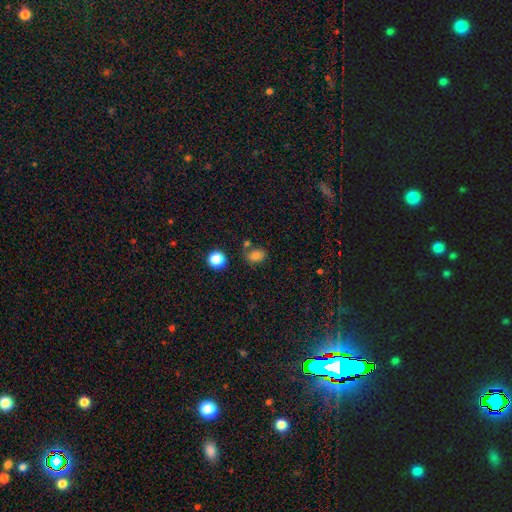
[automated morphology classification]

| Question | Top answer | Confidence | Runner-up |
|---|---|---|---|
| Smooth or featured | smooth | 79% | star or artifact (14%) |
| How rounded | in between | 69% | round (30%) |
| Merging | none | 68% | minor disturbance (16%) |